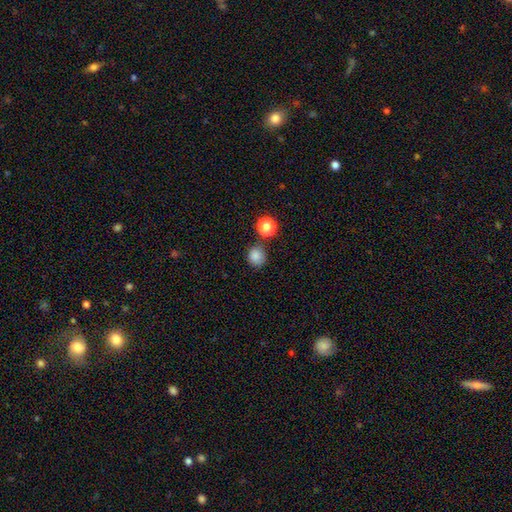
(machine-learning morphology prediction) smooth_or_featured: smooth (p=0.83) [alt: star or artifact p=0.12]
how_rounded: round (p=0.86) [alt: in between p=0.13]
merging: none (p=0.76) [alt: minor disturbance p=0.12]